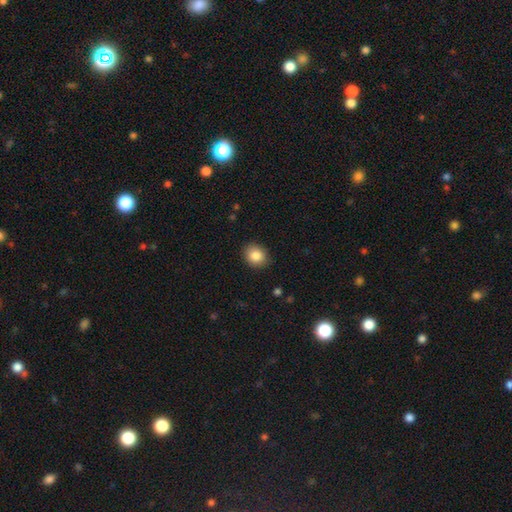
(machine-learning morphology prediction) Smooth or featured? Predicted: smooth (p=0.86). How rounded? Predicted: round (p=0.66). Merging? Predicted: none (p=0.88).